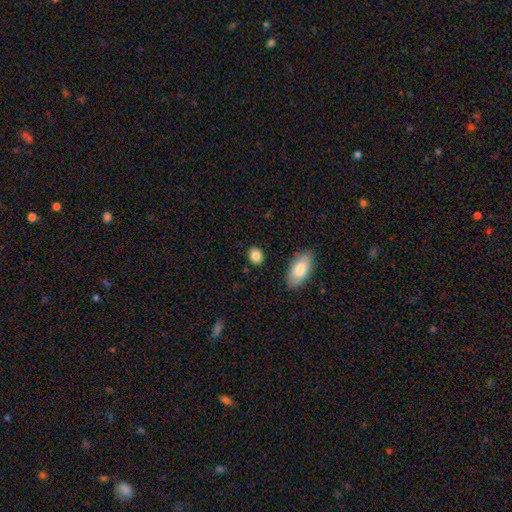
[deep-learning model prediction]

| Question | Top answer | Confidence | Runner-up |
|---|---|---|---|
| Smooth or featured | smooth | 85% | star or artifact (9%) |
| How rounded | round | 56% | in between (43%) |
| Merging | none | 86% | minor disturbance (9%) |